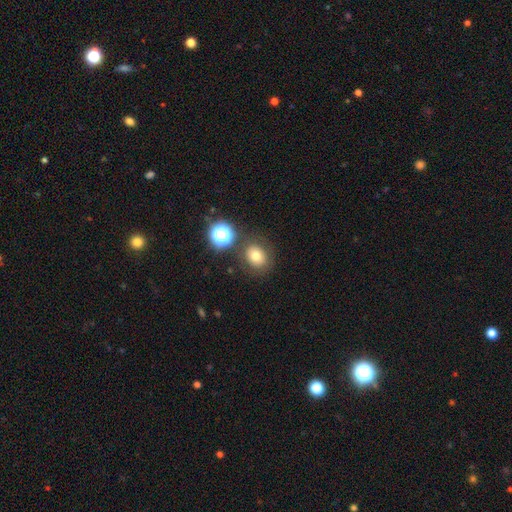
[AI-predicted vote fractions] Overall: smooth (73%). How rounded: round (64%; in between 35%). Merging: none (78%).